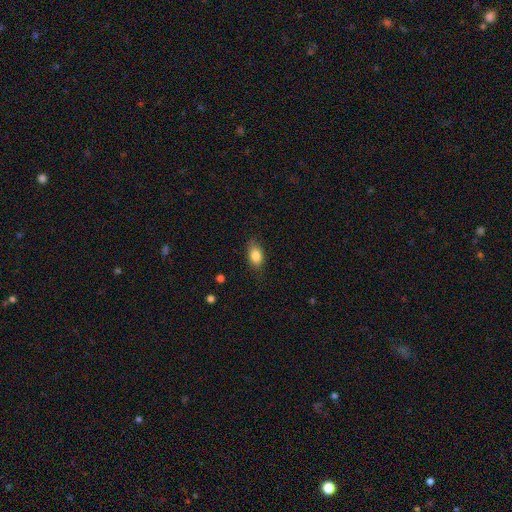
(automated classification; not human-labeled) Smooth or featured? Predicted: smooth (p=0.84). How rounded? Predicted: in between (p=0.85). Merging? Predicted: none (p=0.79).